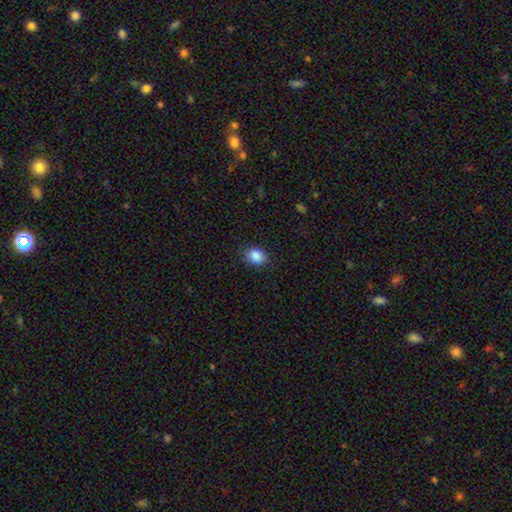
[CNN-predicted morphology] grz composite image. It shows a smooth galaxy with no disk features (88%) that is in between round and cigar-shaped (53%). Merging: none (87%).